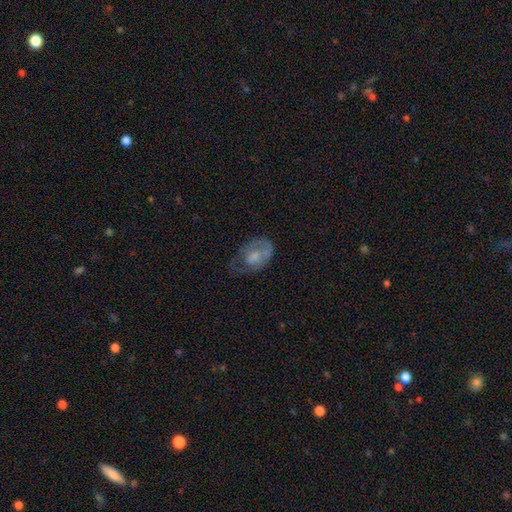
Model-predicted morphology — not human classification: Q: Smooth or featured?
A: smooth (46%); runner-up: featured or disk (45%)
Q: Merging?
A: none (37%); runner-up: major disturbance (32%)